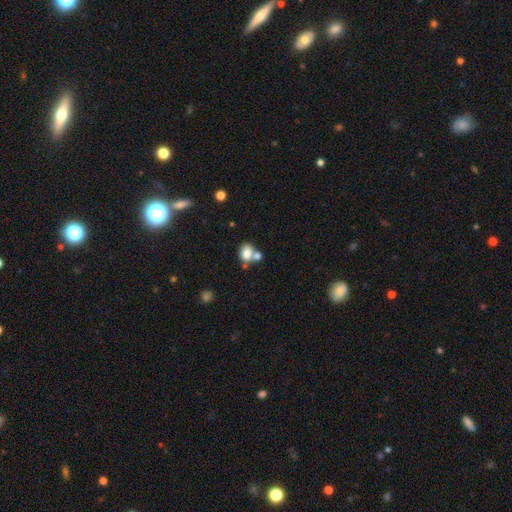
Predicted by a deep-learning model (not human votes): Smooth or featured? smooth (44%)
Merging? none (61%)